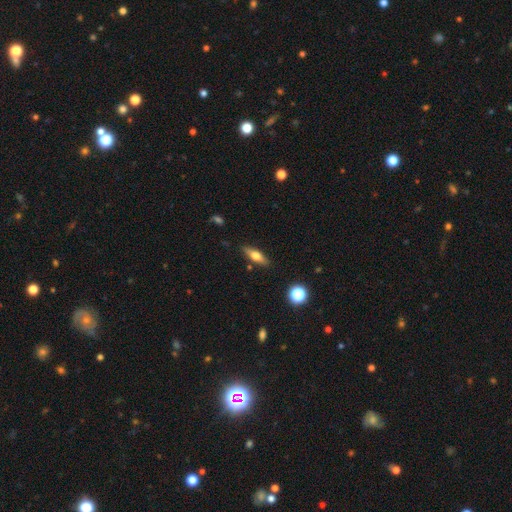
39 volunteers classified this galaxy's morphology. Smooth or featured? smooth (54%)
How rounded? cigar-shaped (57%)
Merging? none (86%)